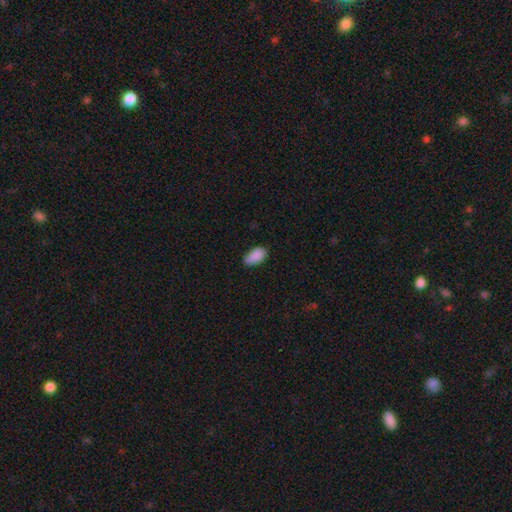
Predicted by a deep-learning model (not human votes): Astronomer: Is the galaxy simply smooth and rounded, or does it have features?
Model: smooth — 88%.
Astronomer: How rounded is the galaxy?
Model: in between — 93%.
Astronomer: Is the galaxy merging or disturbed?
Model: none — 68%.